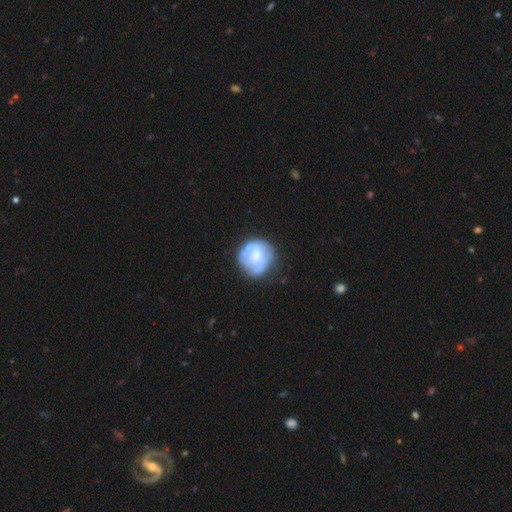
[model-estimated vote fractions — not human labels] A featured or disk galaxy (51%) with no bar (76%), no spiral arms (75%) and a moderate central bulge (35%).

Vote fractions:
- Smooth or featured? featured or disk: 51% / smooth: 41% / star or artifact: 8%
- Edge-on disk? no: 98% / yes: 2%
- Bar? no: 76% / weak: 19% / strong: 5%
- Spiral arms? no: 75% / yes: 25%
- Bulge size? moderate: 35% / small: 34% / none: 24% / large: 5% / dominant: 2%
- Merging? none: 59% / minor disturbance: 23% / major disturbance: 13% / merger: 5%